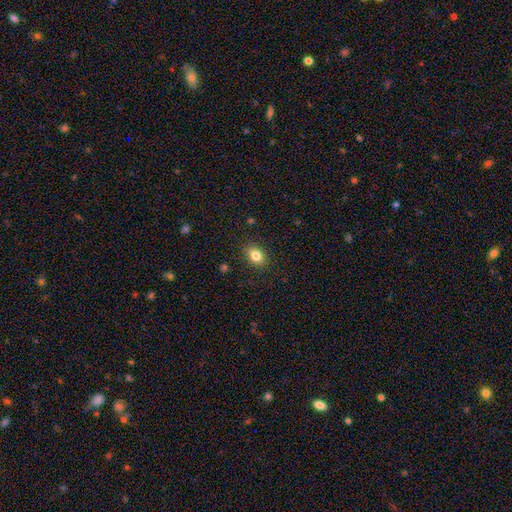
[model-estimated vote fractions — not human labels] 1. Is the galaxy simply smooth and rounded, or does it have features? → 84% smooth, 10% star or artifact, 6% featured or disk.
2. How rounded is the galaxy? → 66% in between, 33% round, 1% cigar-shaped.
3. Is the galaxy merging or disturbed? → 88% none, 9% minor disturbance, 2% major disturbance, 1% merger.